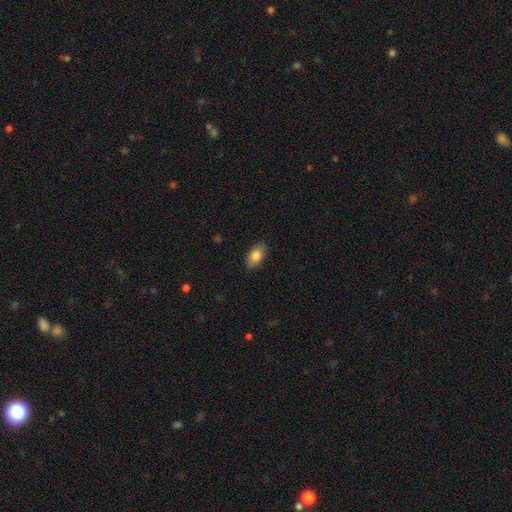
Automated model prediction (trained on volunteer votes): smooth_or_featured: smooth (p=0.83) [alt: featured or disk p=0.10]
how_rounded: in between (p=0.93) [alt: round p=0.05]
merging: none (p=0.88) [alt: minor disturbance p=0.09]